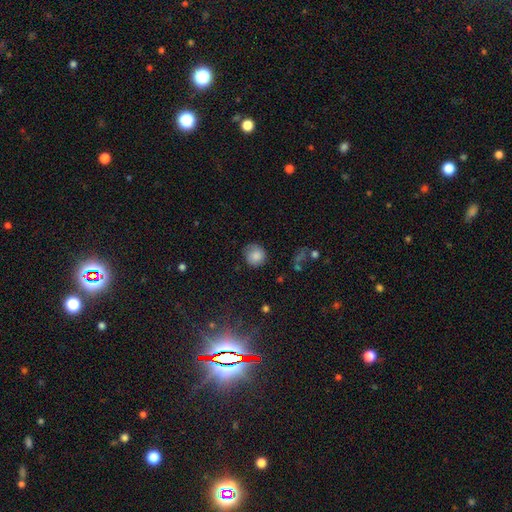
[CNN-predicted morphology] Smooth or featured?
  - smooth: 82% *
  - star or artifact: 9%
  - featured or disk: 9%
How rounded?
  - round: 89% *
  - in between: 10%
  - cigar-shaped: 1%
Merging?
  - none: 74% *
  - minor disturbance: 19%
  - major disturbance: 5%
  - merger: 2%